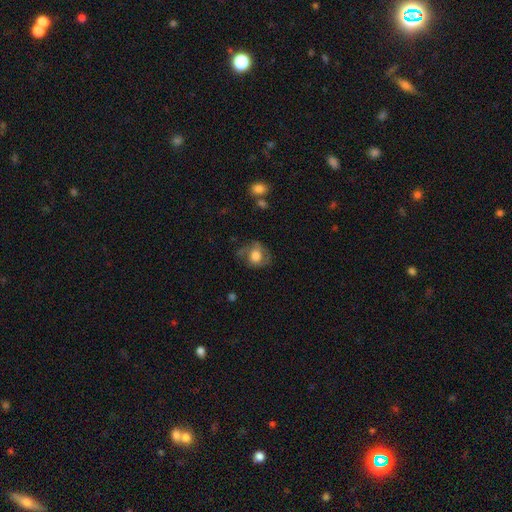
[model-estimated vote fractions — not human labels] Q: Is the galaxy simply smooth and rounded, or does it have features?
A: smooth — 52%.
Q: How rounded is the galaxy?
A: round — 65%.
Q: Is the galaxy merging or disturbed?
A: none — 53%.